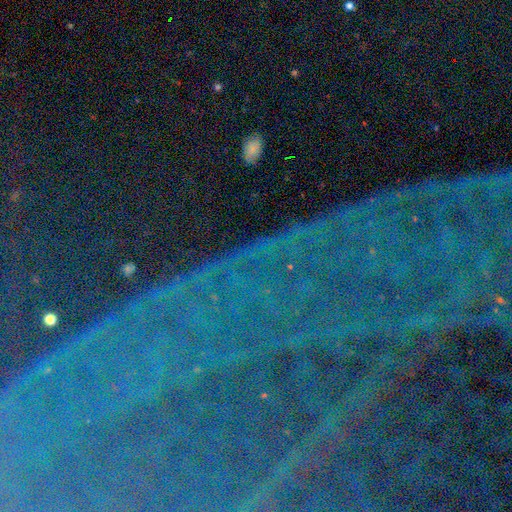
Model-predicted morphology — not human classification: Smooth or featured?
  - star or artifact: 87% *
  - featured or disk: 7%
  - smooth: 6%